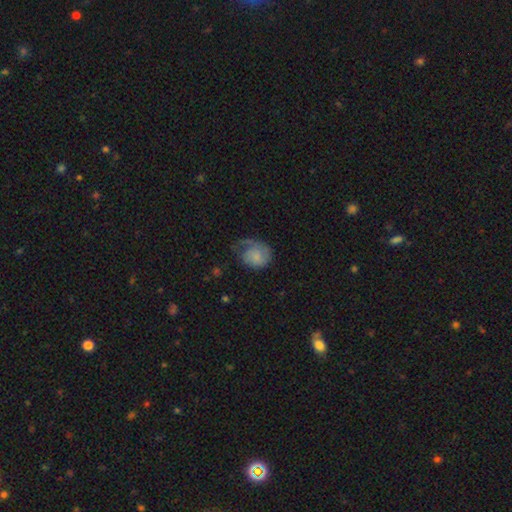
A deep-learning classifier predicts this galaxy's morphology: This appears to be a smooth galaxy with no disk features (51%) that is round (61%). Merging: major disturbance (36%).